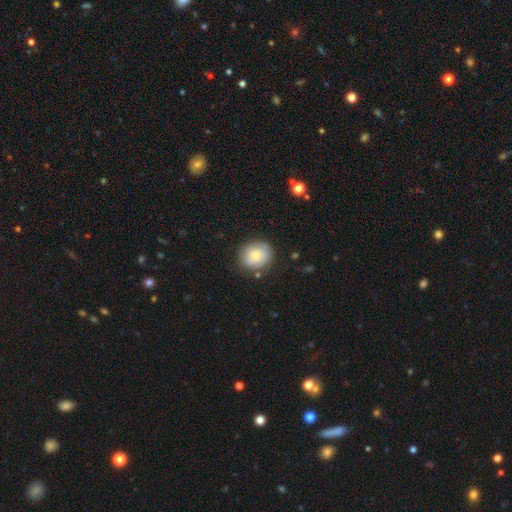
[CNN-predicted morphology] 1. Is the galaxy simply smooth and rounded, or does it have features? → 64% smooth, 28% featured or disk, 8% star or artifact.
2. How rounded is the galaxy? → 72% round, 28% in between, 1% cigar-shaped.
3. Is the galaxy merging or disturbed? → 76% none, 17% minor disturbance, 5% major disturbance, 2% merger.